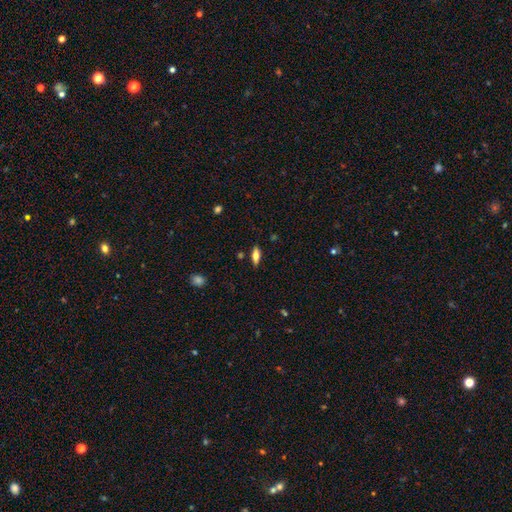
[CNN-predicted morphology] smooth 65%, featured or disk 27%, star or artifact 8%. Down the decision tree: how rounded — in between (70%); merging — none (84%).